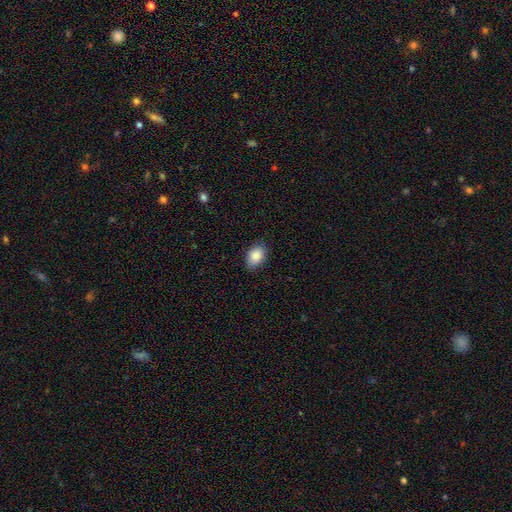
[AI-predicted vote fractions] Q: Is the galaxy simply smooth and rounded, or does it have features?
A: smooth — 88%.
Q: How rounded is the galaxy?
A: in between — 83%.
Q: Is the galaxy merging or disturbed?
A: none — 83%.